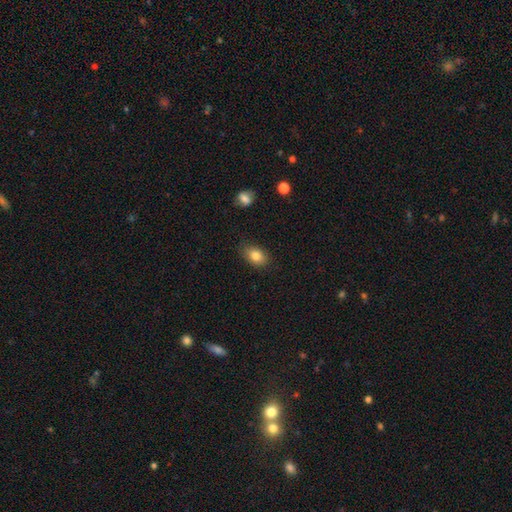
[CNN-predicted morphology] Smooth or featured? smooth (83%)
How rounded? in between (84%)
Merging? none (81%)